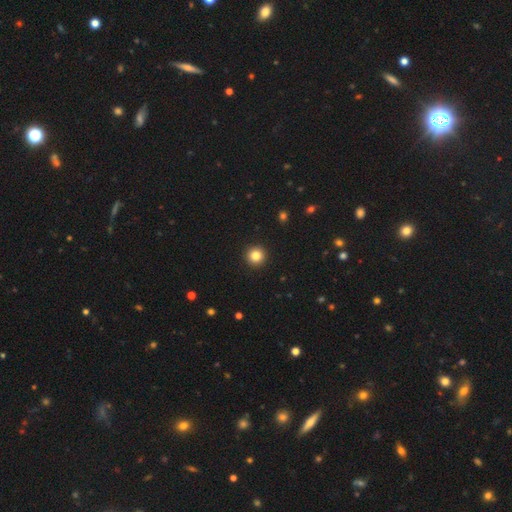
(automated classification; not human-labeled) Morphology: type=smooth (83%); roundness=round (96%); merging=none (94%).